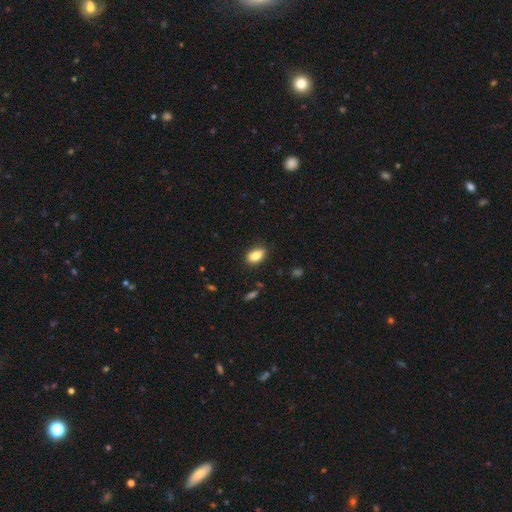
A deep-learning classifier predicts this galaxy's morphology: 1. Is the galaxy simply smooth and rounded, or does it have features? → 81% smooth, 11% featured or disk, 8% star or artifact.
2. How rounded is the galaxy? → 87% in between, 8% round, 5% cigar-shaped.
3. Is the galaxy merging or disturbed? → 83% none, 13% minor disturbance, 3% major disturbance, 1% merger.